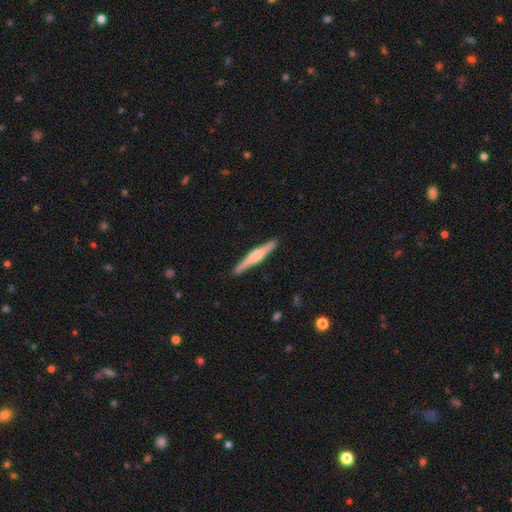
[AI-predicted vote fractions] Q: Smooth or featured?
A: featured or disk (60%); runner-up: smooth (34%)
Q: Edge-on disk?
A: yes (98%); runner-up: no (2%)
Q: Edge-on bulge?
A: rounded (59%); runner-up: boxy (29%)
Q: Merging?
A: none (90%); runner-up: minor disturbance (7%)